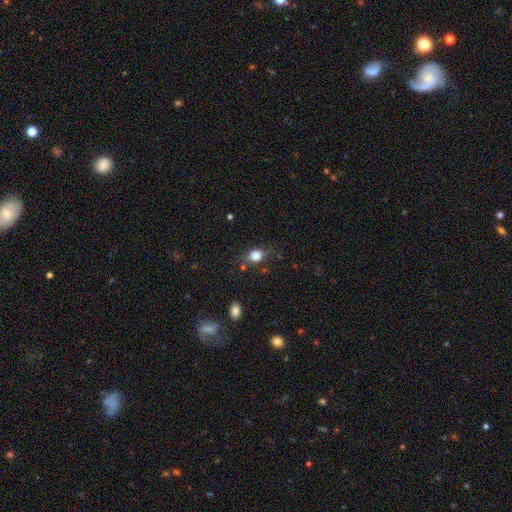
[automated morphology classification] Smooth or featured? smooth (81%)
How rounded? round (53%)
Merging? none (65%)